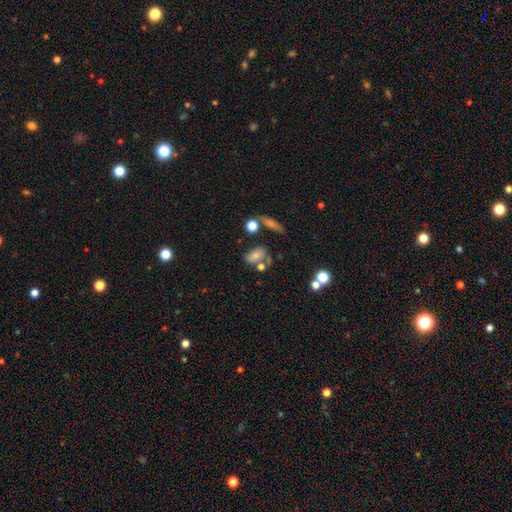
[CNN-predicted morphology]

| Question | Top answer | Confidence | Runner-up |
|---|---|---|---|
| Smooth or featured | smooth | 67% | featured or disk (21%) |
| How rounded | in between | 80% | round (14%) |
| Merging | none | 50% | merger (22%) |